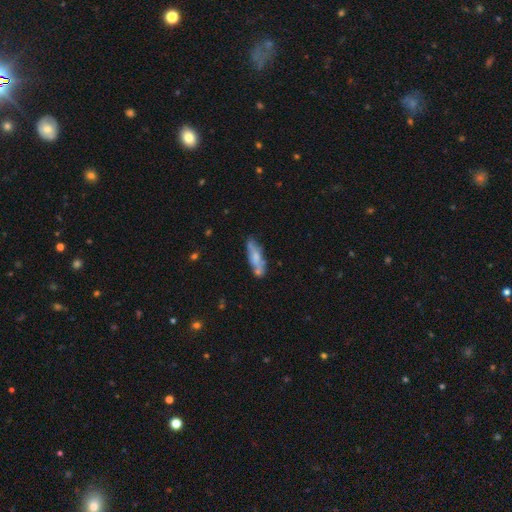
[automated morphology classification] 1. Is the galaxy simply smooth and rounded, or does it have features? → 53% smooth, 40% featured or disk, 7% star or artifact.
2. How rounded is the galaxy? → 60% cigar-shaped, 39% in between, 2% round.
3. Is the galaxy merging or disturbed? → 62% none, 22% minor disturbance, 10% merger, 6% major disturbance.